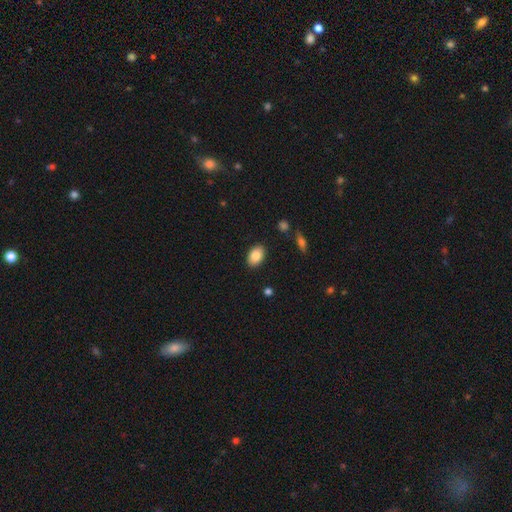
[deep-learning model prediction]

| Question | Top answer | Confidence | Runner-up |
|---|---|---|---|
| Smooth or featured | smooth | 85% | featured or disk (8%) |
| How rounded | in between | 89% | round (10%) |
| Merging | none | 88% | minor disturbance (8%) |